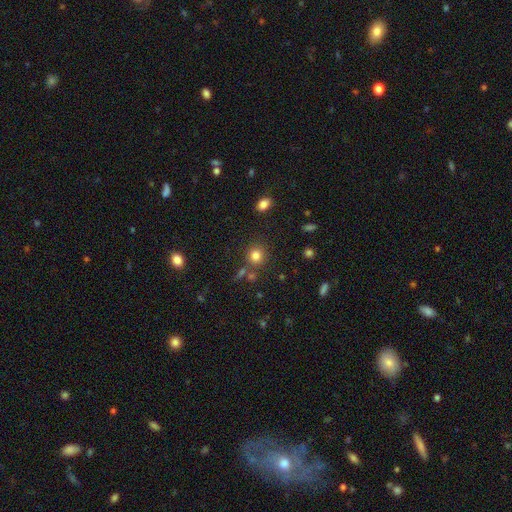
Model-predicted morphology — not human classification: A smooth galaxy with no disk features (81%) that is round (85%).

Vote fractions:
- Smooth or featured? smooth: 81% / star or artifact: 13% / featured or disk: 6%
- How rounded? round: 85% / in between: 13% / cigar-shaped: 1%
- Merging? none: 77% / minor disturbance: 10% / merger: 10% / major disturbance: 4%